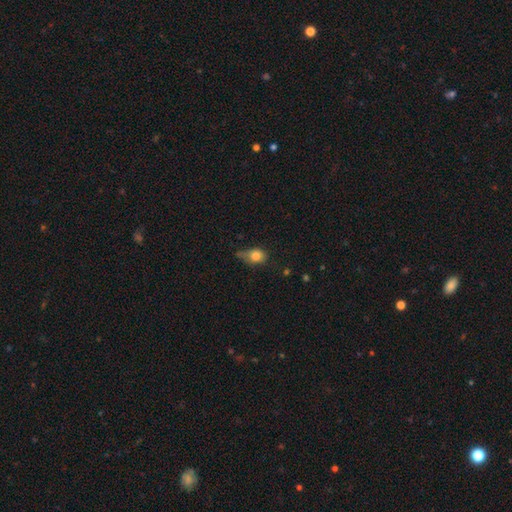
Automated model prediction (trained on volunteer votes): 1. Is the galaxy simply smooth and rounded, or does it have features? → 79% smooth, 11% featured or disk, 10% star or artifact.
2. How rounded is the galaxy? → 50% round, 47% in between, 3% cigar-shaped.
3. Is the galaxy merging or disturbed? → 41% minor disturbance, 37% none, 17% major disturbance, 6% merger.